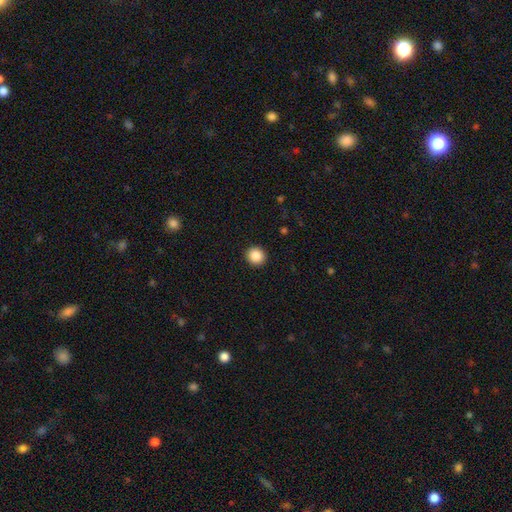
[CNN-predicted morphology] Smooth or featured: smooth — 88% (star or artifact — 9%)
How rounded: round — 92% (in between — 7%)
Merging: none — 93% (minor disturbance — 5%)